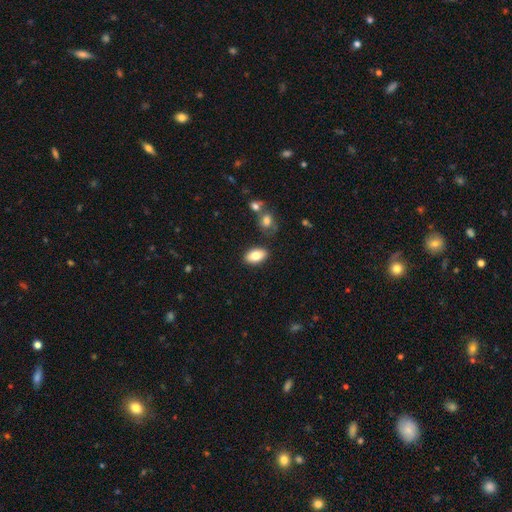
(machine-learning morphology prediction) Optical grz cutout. It shows a smooth galaxy with no disk features (80%) that is in between round and cigar-shaped (92%). Merging: none (83%).